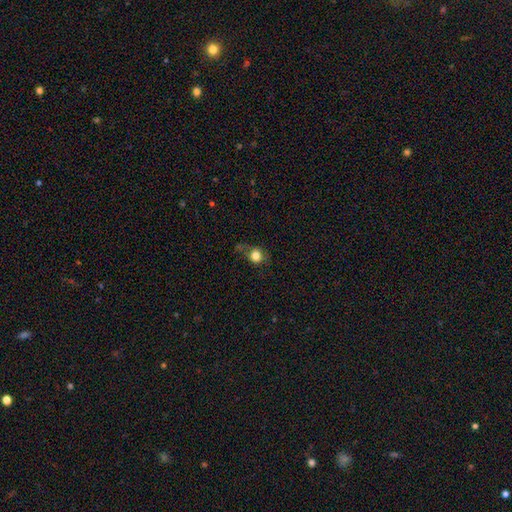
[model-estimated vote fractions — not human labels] The model was most divided on "merging": none: 53%, minor disturbance: 27%, major disturbance: 16%, merger: 5%. More confident: smooth or featured — smooth (79%); how rounded — round (78%).